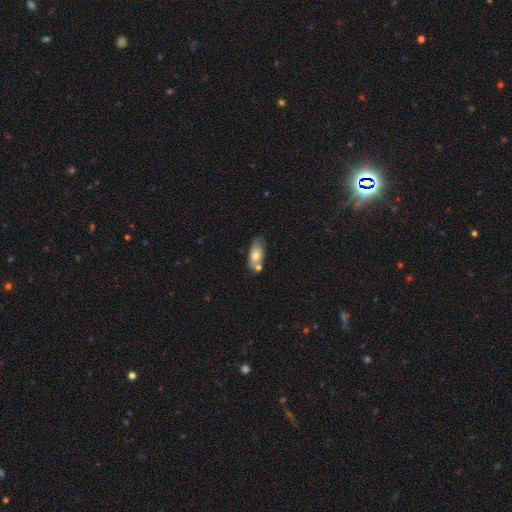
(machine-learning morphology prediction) The model was most divided on "merging": none: 54%, minor disturbance: 21%, merger: 20%, major disturbance: 5%. More confident: how rounded — in between (84%); smooth or featured — smooth (70%).